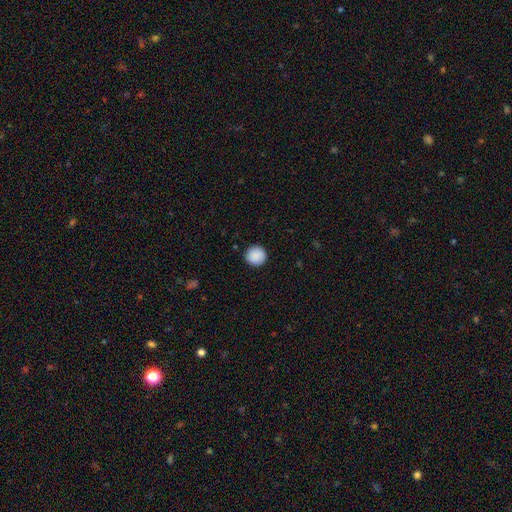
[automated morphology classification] Smooth or featured?
  - smooth: 90% *
  - star or artifact: 7%
  - featured or disk: 3%
How rounded?
  - round: 93% *
  - in between: 6%
  - cigar-shaped: 1%
Merging?
  - none: 91% *
  - minor disturbance: 6%
  - major disturbance: 2%
  - merger: 1%